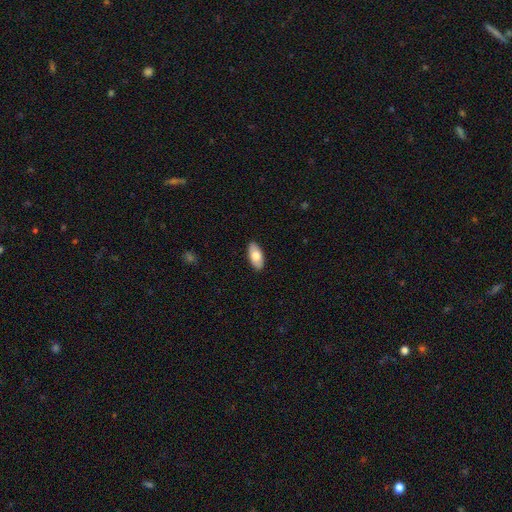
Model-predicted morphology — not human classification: smooth-or-featured: smooth: 76% | featured or disk: 19% | star or artifact: 6%
  how-rounded: in between: 92% | cigar-shaped: 6% | round: 2%
  merging: none: 90% | minor disturbance: 8% | major disturbance: 2% | merger: 1%